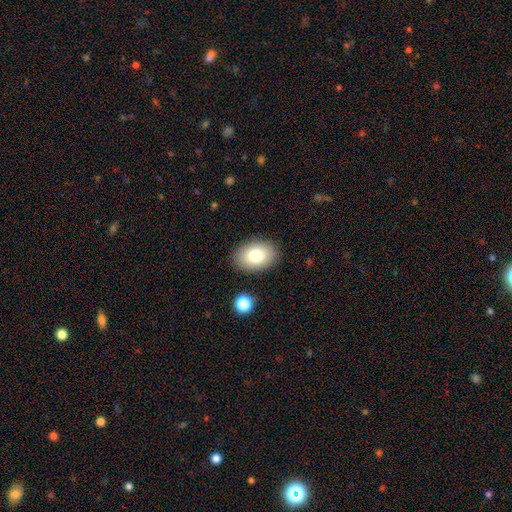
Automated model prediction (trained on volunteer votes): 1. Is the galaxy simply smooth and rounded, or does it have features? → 80% smooth, 11% featured or disk, 9% star or artifact.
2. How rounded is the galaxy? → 84% in between, 15% round, 1% cigar-shaped.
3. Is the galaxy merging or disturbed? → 87% none, 9% minor disturbance, 2% major disturbance, 2% merger.